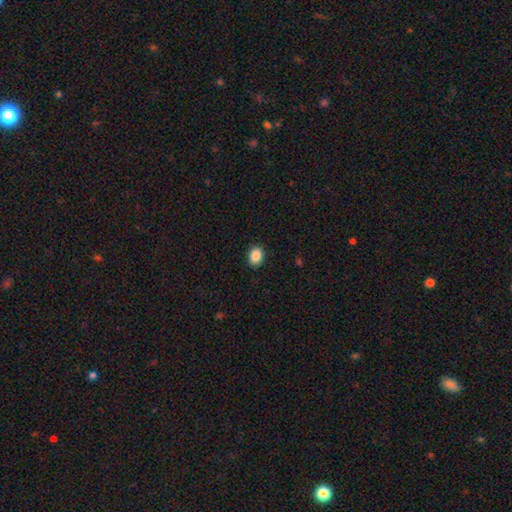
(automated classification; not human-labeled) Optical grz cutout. It shows a smooth galaxy with no disk features (88%) that is in between round and cigar-shaped (62%). Merging: none (91%).